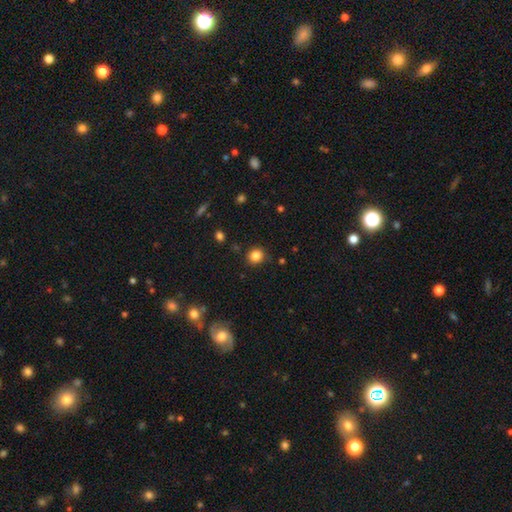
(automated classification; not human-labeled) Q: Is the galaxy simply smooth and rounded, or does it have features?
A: smooth — 84%.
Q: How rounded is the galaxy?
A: round — 86%.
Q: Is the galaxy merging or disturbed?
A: none — 87%.